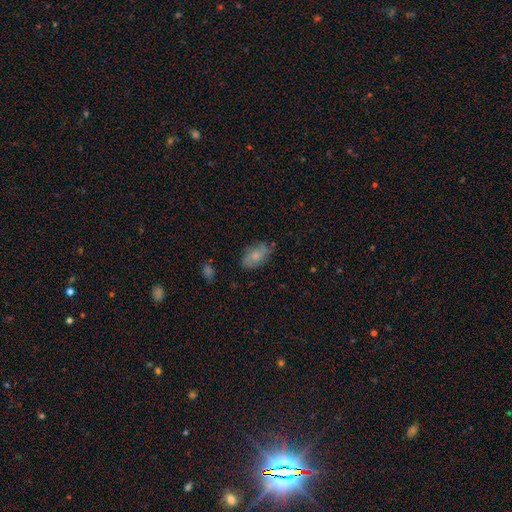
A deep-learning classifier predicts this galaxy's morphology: A smooth galaxy with no disk features (68%) that is in between round and cigar-shaped (91%). Merging: none (72%).